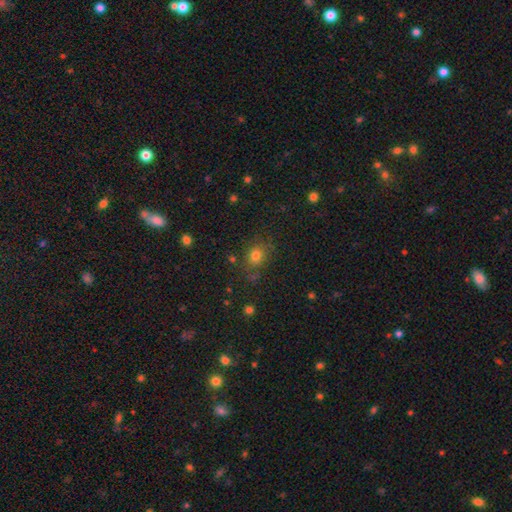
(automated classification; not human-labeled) A smooth galaxy with no disk features (76%) that is round (60%).

Vote fractions:
- Smooth or featured? smooth: 76% / star or artifact: 17% / featured or disk: 8%
- How rounded? round: 60% / in between: 39% / cigar-shaped: 1%
- Merging? none: 75% / minor disturbance: 15% / major disturbance: 5% / merger: 5%